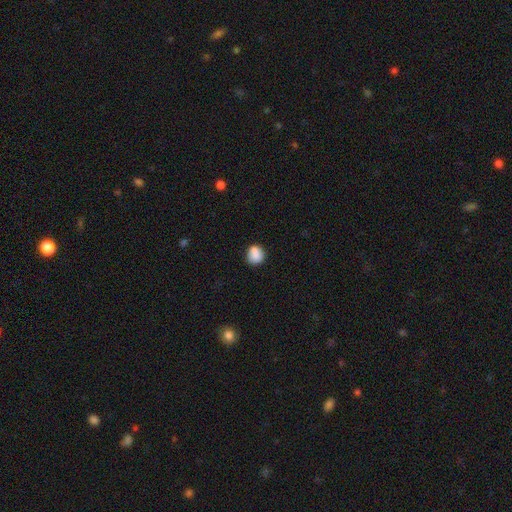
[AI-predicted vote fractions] This is clearly a smooth galaxy (85%). How rounded: likely round (78%). Merging: likely none (72%).